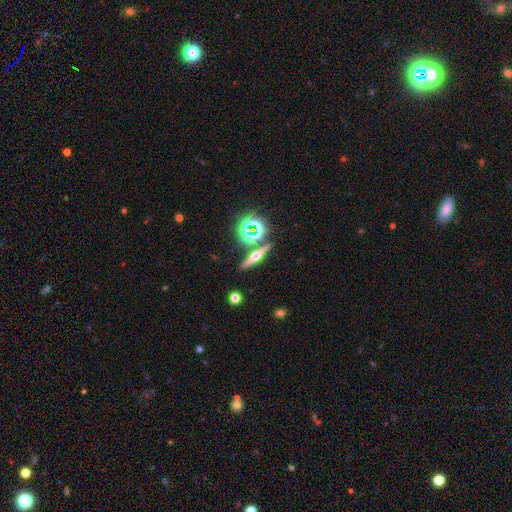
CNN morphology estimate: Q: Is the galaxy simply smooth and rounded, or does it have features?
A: featured or disk — 65%.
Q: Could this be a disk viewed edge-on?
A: yes — 94%.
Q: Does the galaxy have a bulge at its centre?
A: rounded — 95%.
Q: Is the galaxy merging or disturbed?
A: none — 84%.